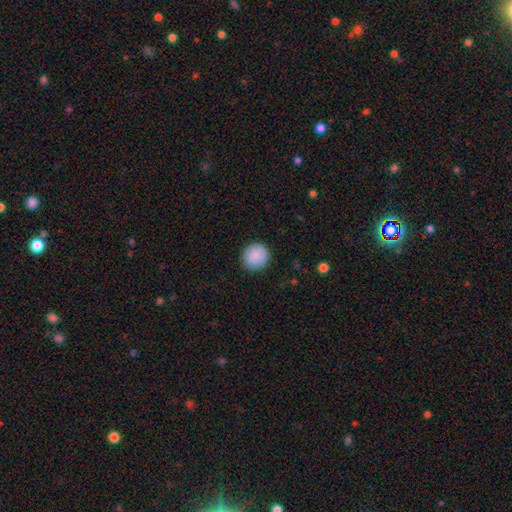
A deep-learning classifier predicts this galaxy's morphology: Smooth or featured? smooth (89%)
How rounded? round (91%)
Merging? none (91%)